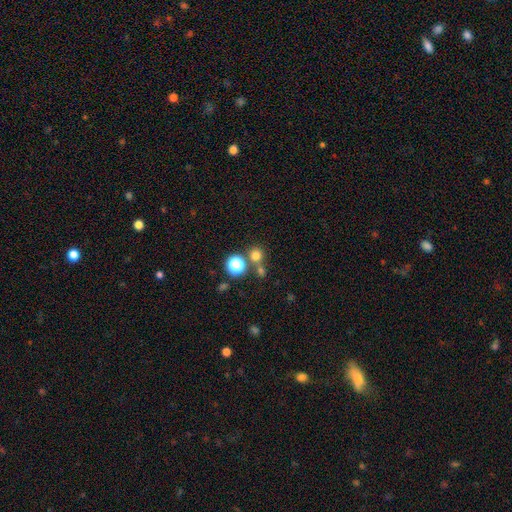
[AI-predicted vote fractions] Smooth or featured? Predicted: smooth (p=0.72). How rounded? Predicted: round (p=0.90). Merging? Predicted: none (p=0.67).